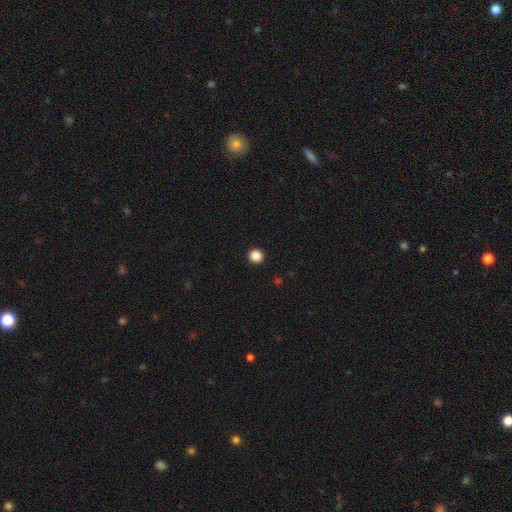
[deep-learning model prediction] A smooth galaxy with no disk features (88%) that is round (95%).

Vote fractions:
- Smooth or featured? smooth: 88% / star or artifact: 10% / featured or disk: 2%
- How rounded? round: 95% / in between: 4% / cigar-shaped: 1%
- Merging? none: 94% / minor disturbance: 4% / major disturbance: 1% / merger: 1%